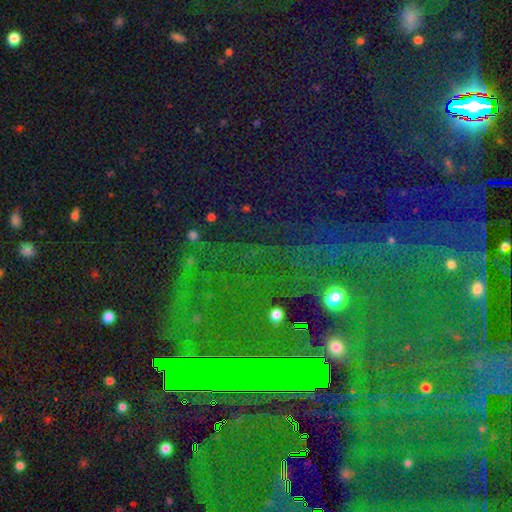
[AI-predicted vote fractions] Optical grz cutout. It shows a star or artifact, not a galaxy (84%).